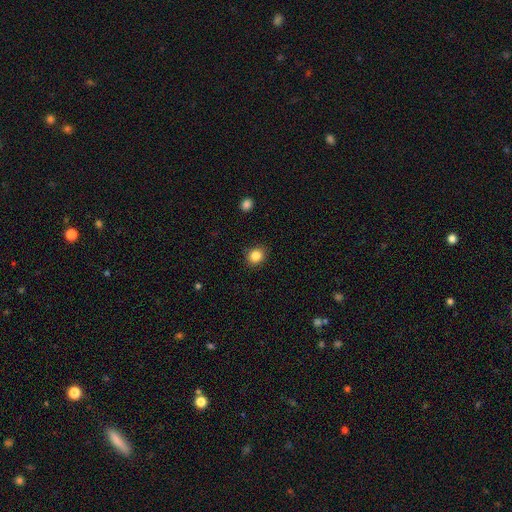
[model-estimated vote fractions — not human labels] A smooth galaxy with no disk features (85%) that is round (74%).

Vote fractions:
- Smooth or featured? smooth: 85% / star or artifact: 10% / featured or disk: 4%
- How rounded? round: 74% / in between: 25% / cigar-shaped: 1%
- Merging? none: 88% / minor disturbance: 8% / major disturbance: 2% / merger: 1%